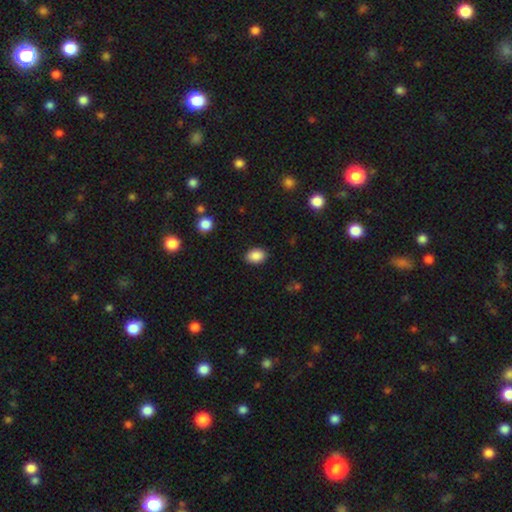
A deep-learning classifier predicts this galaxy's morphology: Q: Smooth or featured?
A: smooth (88%); runner-up: star or artifact (8%)
Q: How rounded?
A: in between (79%); runner-up: round (20%)
Q: Merging?
A: none (88%); runner-up: minor disturbance (9%)